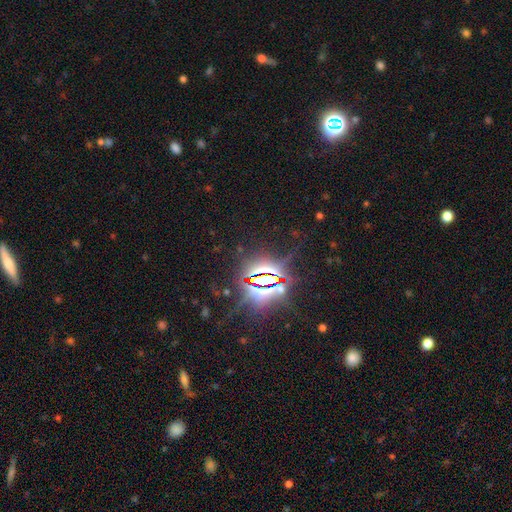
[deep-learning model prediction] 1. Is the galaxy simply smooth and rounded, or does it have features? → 84% star or artifact, 9% smooth, 7% featured or disk.